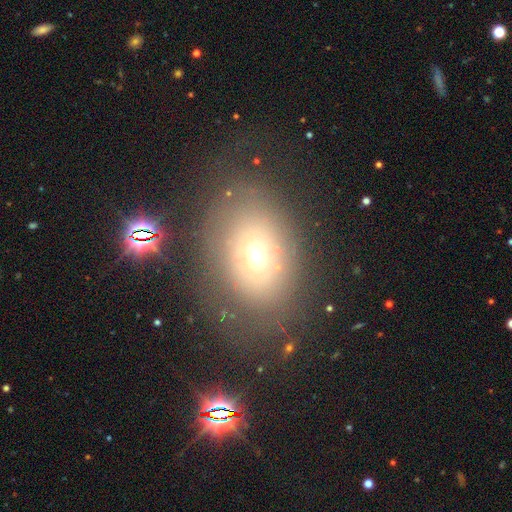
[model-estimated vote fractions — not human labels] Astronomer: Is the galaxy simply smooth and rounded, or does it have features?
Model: smooth — 61%.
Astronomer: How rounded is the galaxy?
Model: in between — 67%.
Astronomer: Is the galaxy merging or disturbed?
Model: none — 66%.